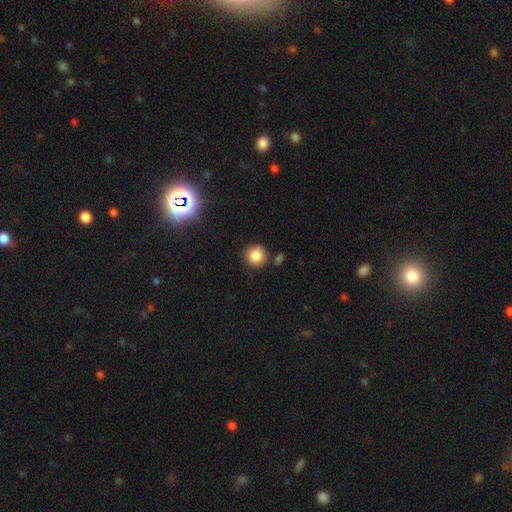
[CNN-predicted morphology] A smooth galaxy with no disk features (84%) that is round (92%).

Vote fractions:
- Smooth or featured? smooth: 84% / star or artifact: 11% / featured or disk: 5%
- How rounded? round: 92% / in between: 7% / cigar-shaped: 1%
- Merging? none: 82% / minor disturbance: 10% / merger: 5% / major disturbance: 3%